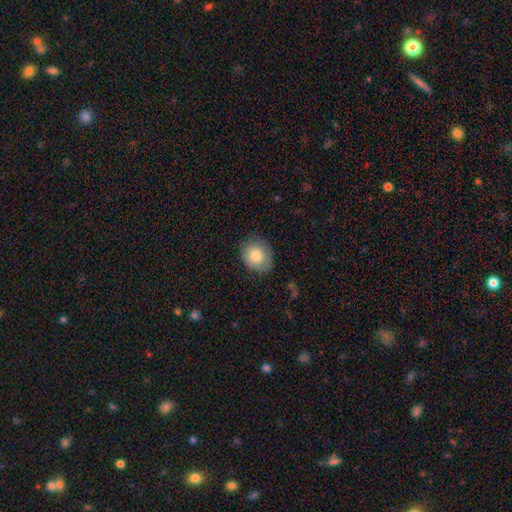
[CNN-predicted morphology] smooth_or_featured: smooth (p=0.82) [alt: featured or disk p=0.11]
how_rounded: round (p=0.59) [alt: in between p=0.40]
merging: none (p=0.74) [alt: minor disturbance p=0.20]